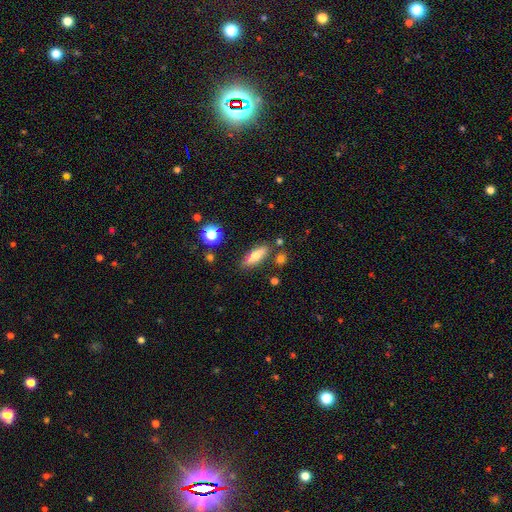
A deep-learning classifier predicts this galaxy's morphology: Smooth or featured?
  - smooth: 64% *
  - featured or disk: 27%
  - star or artifact: 9%
How rounded?
  - in between: 52% *
  - cigar-shaped: 45%
  - round: 3%
Merging?
  - none: 80% *
  - minor disturbance: 12%
  - merger: 5%
  - major disturbance: 3%